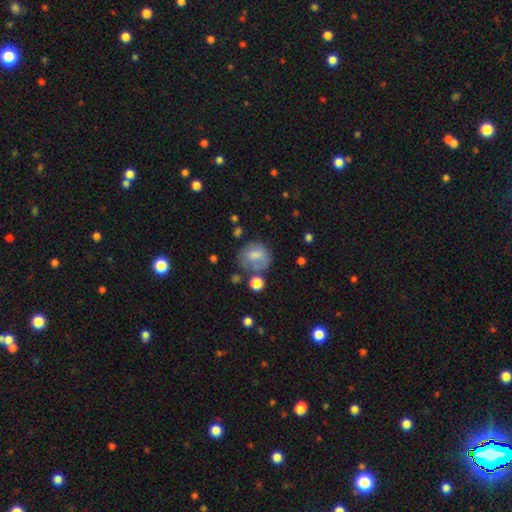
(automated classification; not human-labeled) smooth-or-featured: smooth: 70% | featured or disk: 21% | star or artifact: 10%
  how-rounded: round: 72% | in between: 28% | cigar-shaped: 1%
  merging: none: 50% | minor disturbance: 25% | major disturbance: 16% | merger: 9%